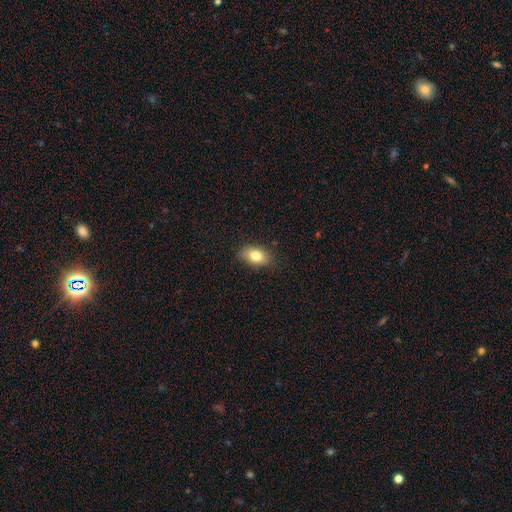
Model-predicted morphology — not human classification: A smooth galaxy with no disk features (80%) that is in between round and cigar-shaped (85%).

Vote fractions:
- Smooth or featured? smooth: 80% / featured or disk: 11% / star or artifact: 9%
- How rounded? in between: 85% / round: 13% / cigar-shaped: 2%
- Merging? none: 83% / minor disturbance: 13% / major disturbance: 3% / merger: 1%